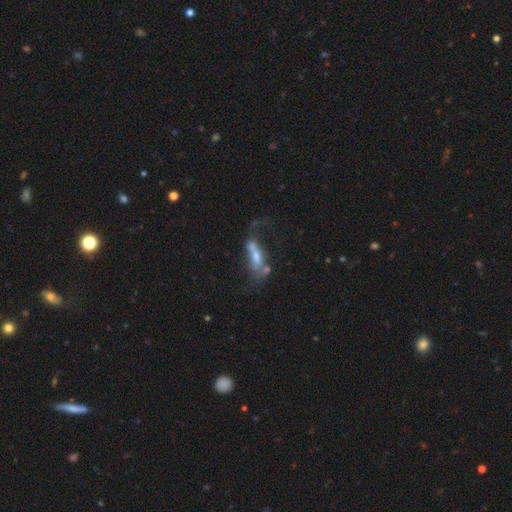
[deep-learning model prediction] smooth-or-featured: featured or disk: 52% | smooth: 39% | star or artifact: 10%
  disk-edge-on: no: 75% | yes: 25%
  merging: major disturbance: 34% | none: 28% | merger: 20% | minor disturbance: 18%